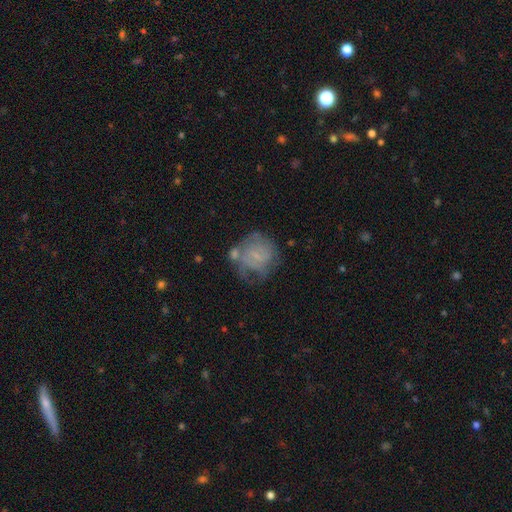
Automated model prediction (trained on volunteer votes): The model was most divided on "smooth or featured": featured or disk: 47%, smooth: 41%, star or artifact: 11%. Remaining: merging — none (42%).